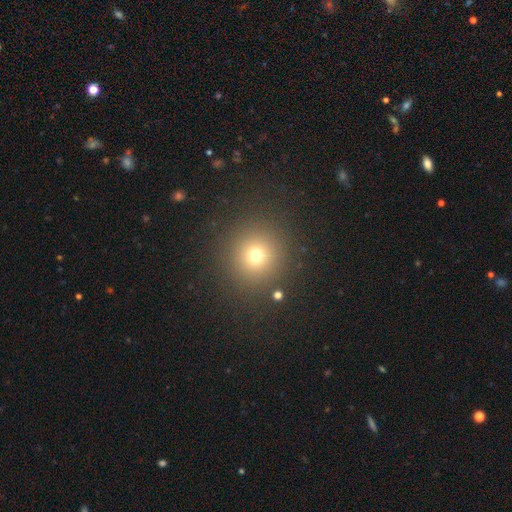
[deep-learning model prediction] The model was most divided on "smooth or featured": smooth: 71%, star or artifact: 21%, featured or disk: 9%. More confident: how rounded — round (94%); merging — none (88%).